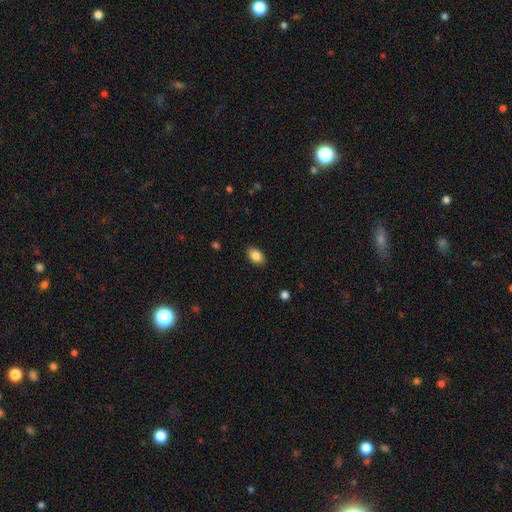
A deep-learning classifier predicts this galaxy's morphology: type=smooth (86%); roundness=in between (86%); merging=none (88%).